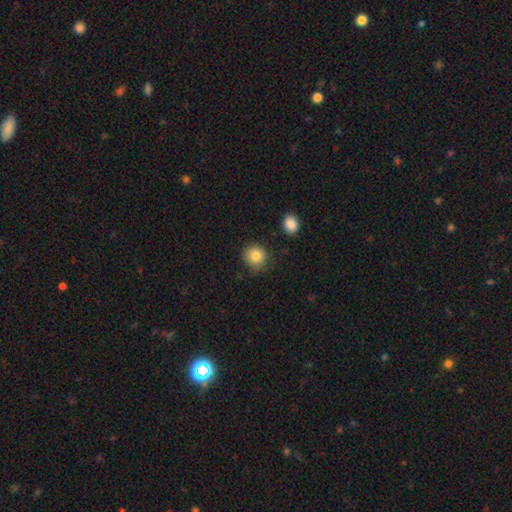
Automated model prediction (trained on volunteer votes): Smooth or featured? Predicted: smooth (p=0.85). How rounded? Predicted: round (p=0.90). Merging? Predicted: none (p=0.79).